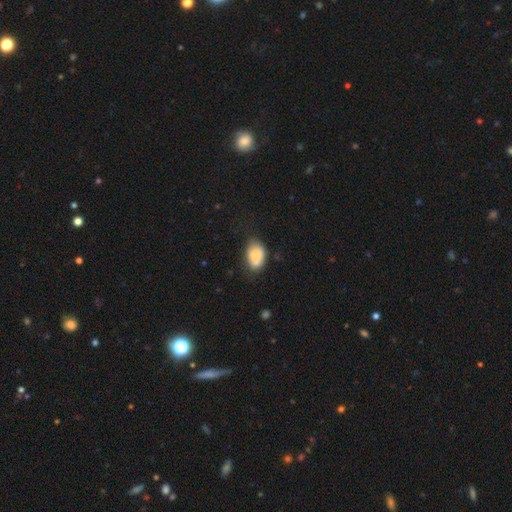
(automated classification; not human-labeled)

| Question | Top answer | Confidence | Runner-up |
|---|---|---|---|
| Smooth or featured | smooth | 73% | featured or disk (20%) |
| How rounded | in between | 84% | round (15%) |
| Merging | none | 58% | minor disturbance (27%) |